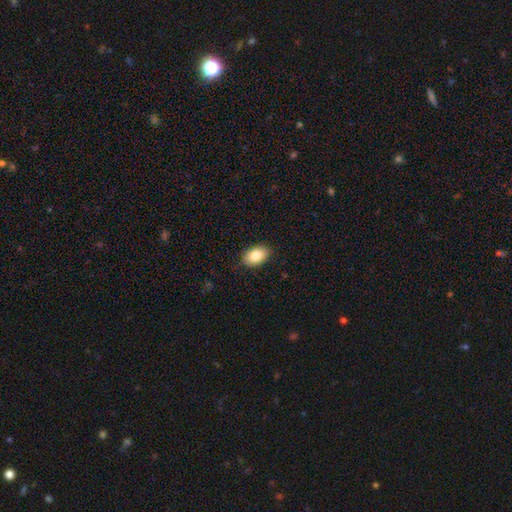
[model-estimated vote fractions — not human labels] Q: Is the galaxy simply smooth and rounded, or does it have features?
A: smooth — 83%.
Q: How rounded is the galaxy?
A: in between — 89%.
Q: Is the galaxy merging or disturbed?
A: none — 86%.